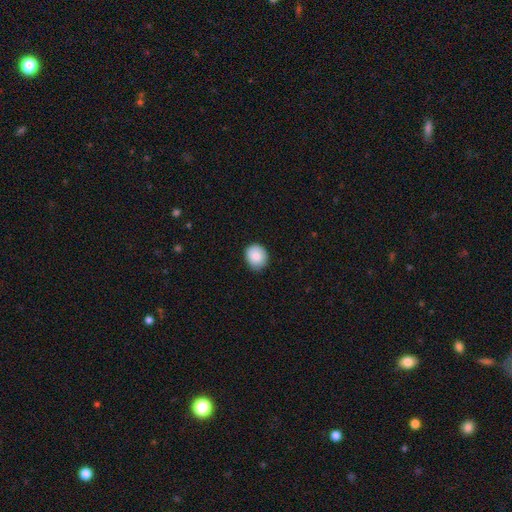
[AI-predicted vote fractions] Smooth or featured?
  - smooth: 84% *
  - star or artifact: 8%
  - featured or disk: 8%
How rounded?
  - round: 72% *
  - in between: 28%
  - cigar-shaped: 1%
Merging?
  - none: 84% *
  - minor disturbance: 13%
  - major disturbance: 2%
  - merger: 1%